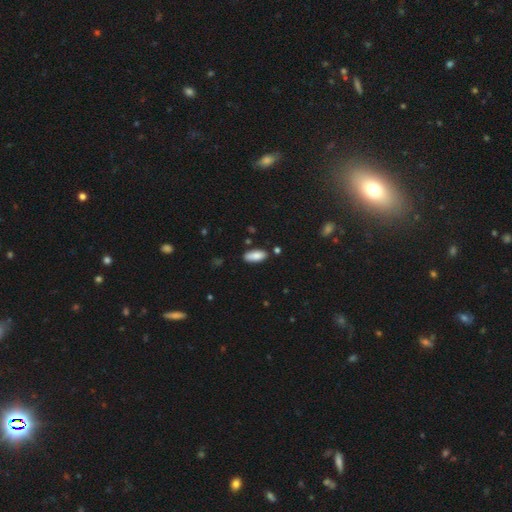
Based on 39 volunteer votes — smooth 87%, featured or disk 10%, star or artifact 3%. Down the decision tree: how rounded — in between (68%); merging — none (92%).